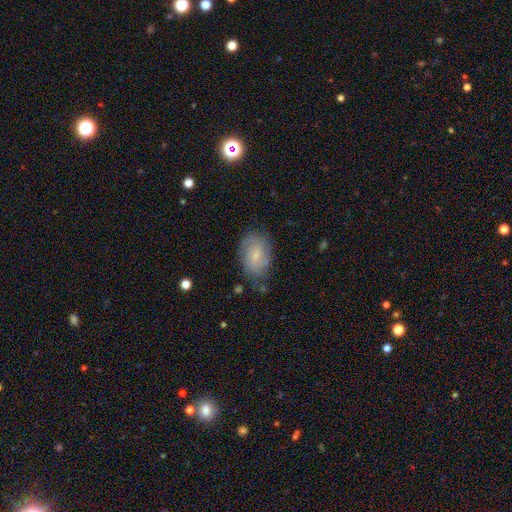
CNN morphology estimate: type=smooth (51%); roundness=in between (86%); merging=none (72%).